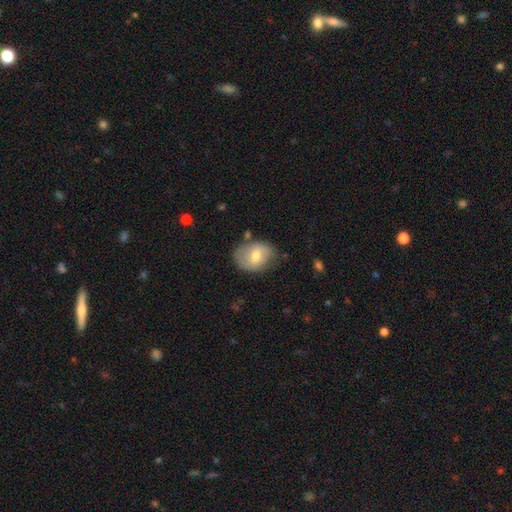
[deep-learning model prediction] Smooth or featured? Predicted: smooth (p=0.64). How rounded? Predicted: in between (p=0.65). Merging? Predicted: none (p=0.66).